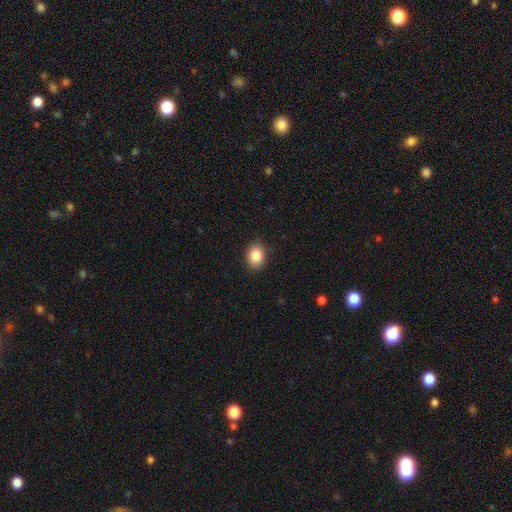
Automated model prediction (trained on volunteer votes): Morphology: type=smooth (86%); roundness=in between (59%); merging=none (90%).